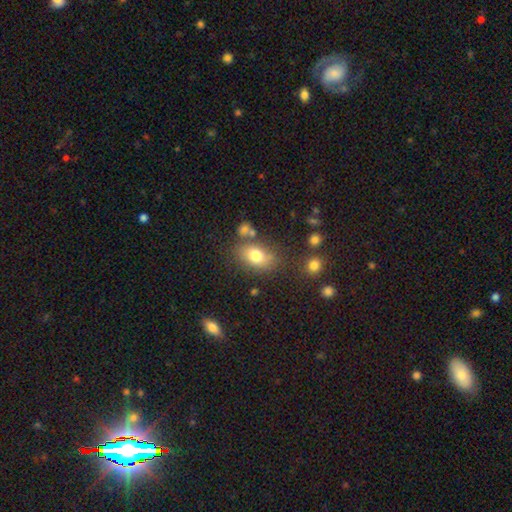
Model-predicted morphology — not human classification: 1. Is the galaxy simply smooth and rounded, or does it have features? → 76% smooth, 14% featured or disk, 10% star or artifact.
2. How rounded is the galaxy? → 80% in between, 19% round, 2% cigar-shaped.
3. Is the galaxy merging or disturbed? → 70% none, 16% minor disturbance, 9% merger, 6% major disturbance.